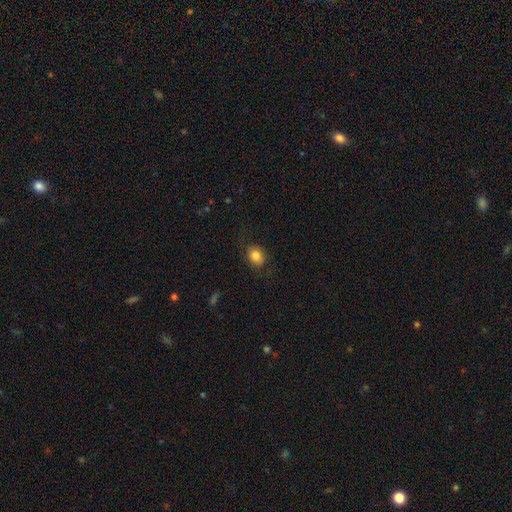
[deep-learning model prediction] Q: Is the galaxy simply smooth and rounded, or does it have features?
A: smooth — 84%.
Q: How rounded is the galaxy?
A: in between — 52%.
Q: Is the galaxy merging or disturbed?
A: none — 79%.